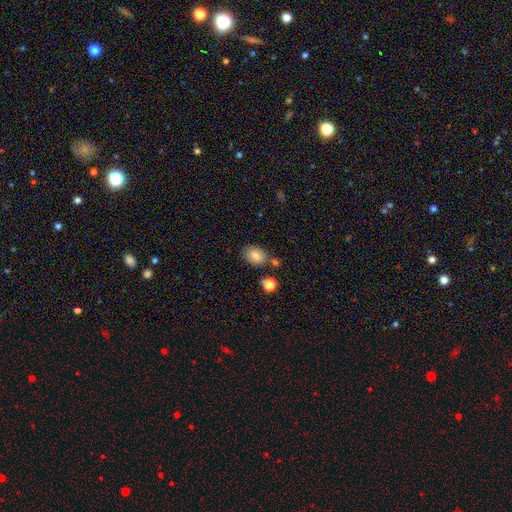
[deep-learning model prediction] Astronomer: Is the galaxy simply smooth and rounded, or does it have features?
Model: smooth — 81%.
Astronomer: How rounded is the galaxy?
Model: in between — 65%.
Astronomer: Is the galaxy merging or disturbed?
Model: none — 71%.